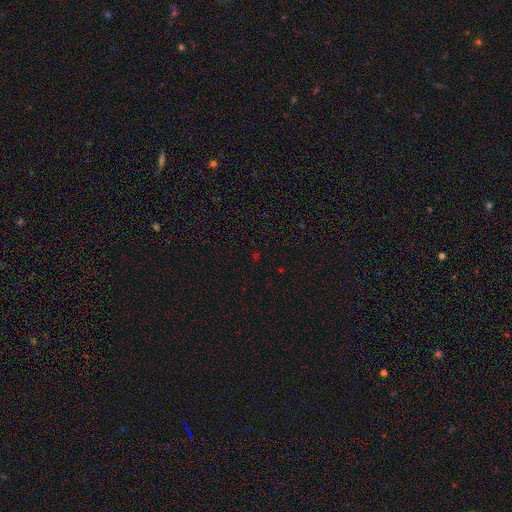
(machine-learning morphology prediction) smooth_or_featured: star or artifact (p=0.65) [alt: smooth p=0.28]